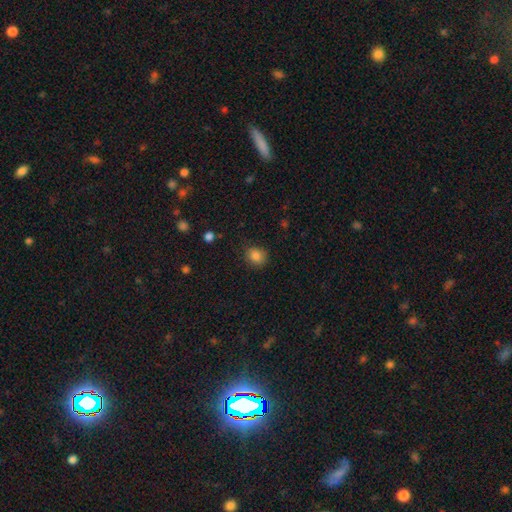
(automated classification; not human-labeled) Q: Smooth or featured?
A: smooth (85%); runner-up: star or artifact (11%)
Q: How rounded?
A: round (69%); runner-up: in between (30%)
Q: Merging?
A: none (82%); runner-up: minor disturbance (14%)